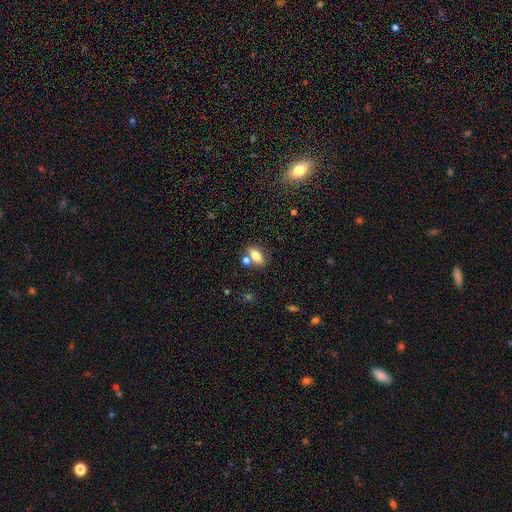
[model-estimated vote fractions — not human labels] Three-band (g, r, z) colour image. It shows a smooth galaxy with no disk features (73%) that is in between round and cigar-shaped (81%). Merging: none (61%).